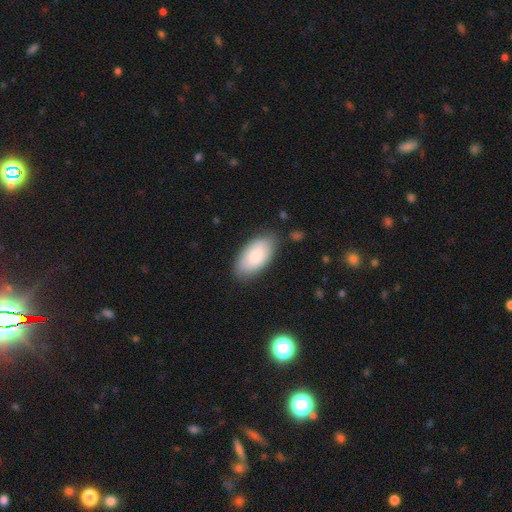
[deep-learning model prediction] This appears to be a smooth galaxy with no disk features (82%) that is in between round and cigar-shaped (95%). Merging: none (80%).